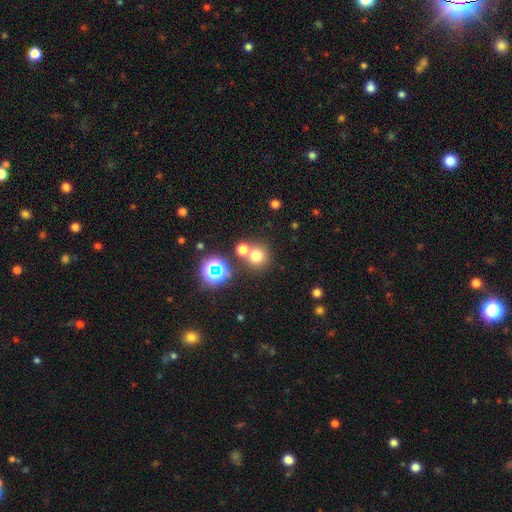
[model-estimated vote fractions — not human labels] smooth-or-featured: smooth: 69% | star or artifact: 22% | featured or disk: 9%
  how-rounded: round: 91% | in between: 8% | cigar-shaped: 1%
  merging: none: 61% | merger: 28% | minor disturbance: 7% | major disturbance: 4%